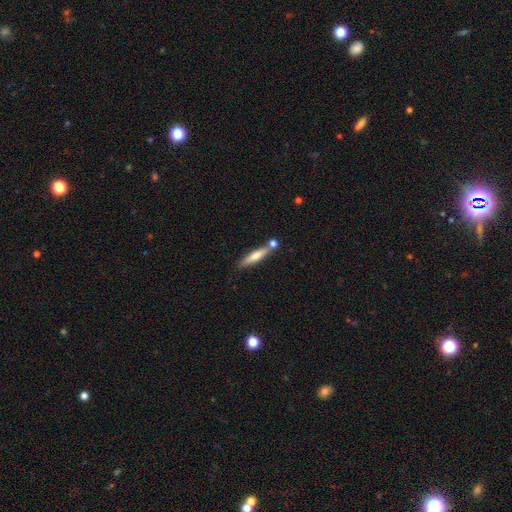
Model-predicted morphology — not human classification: smooth 63%, featured or disk 31%, star or artifact 6%. Down the decision tree: how rounded — cigar-shaped (85%); merging — none (66%).